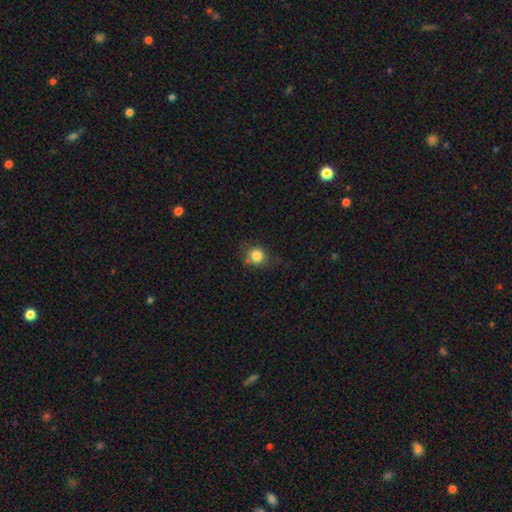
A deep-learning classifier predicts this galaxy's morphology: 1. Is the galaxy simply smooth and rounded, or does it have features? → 82% smooth, 11% star or artifact, 7% featured or disk.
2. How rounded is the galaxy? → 82% round, 17% in between, 1% cigar-shaped.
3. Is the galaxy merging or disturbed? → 70% none, 20% minor disturbance, 6% major disturbance, 4% merger.